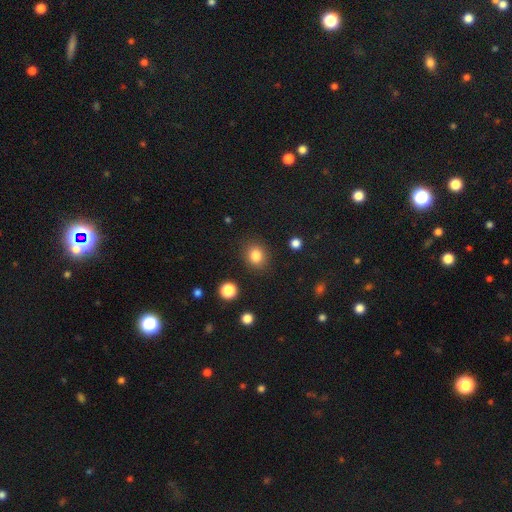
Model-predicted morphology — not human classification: Smooth or featured? smooth (83%)
How rounded? round (72%)
Merging? none (87%)